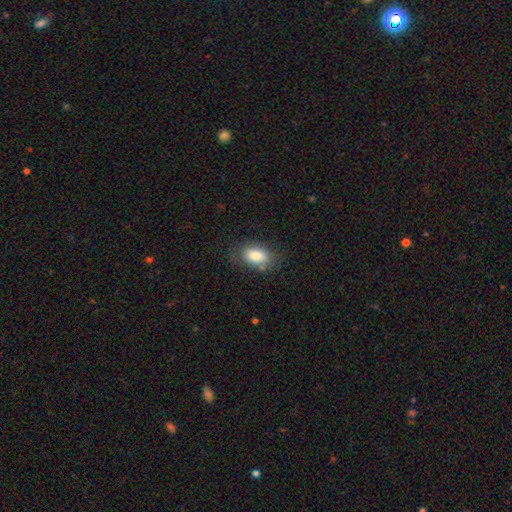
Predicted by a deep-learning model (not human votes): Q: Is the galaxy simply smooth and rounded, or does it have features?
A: smooth — 84%.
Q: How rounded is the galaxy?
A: in between — 87%.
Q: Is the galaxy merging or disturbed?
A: none — 77%.